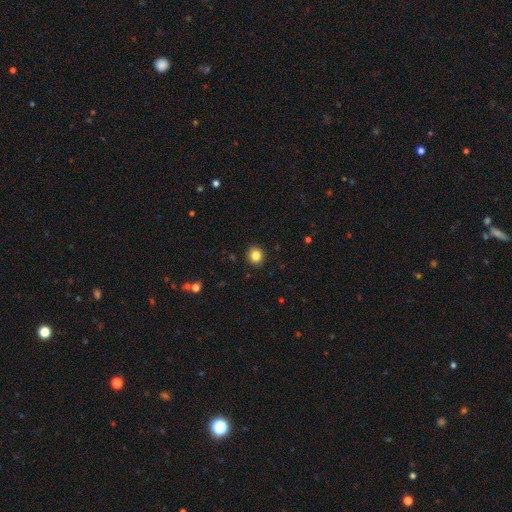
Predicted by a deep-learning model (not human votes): Smooth or featured?
  - smooth: 84% *
  - star or artifact: 11%
  - featured or disk: 5%
How rounded?
  - round: 89% *
  - in between: 10%
  - cigar-shaped: 1%
Merging?
  - none: 92% *
  - minor disturbance: 5%
  - major disturbance: 2%
  - merger: 1%